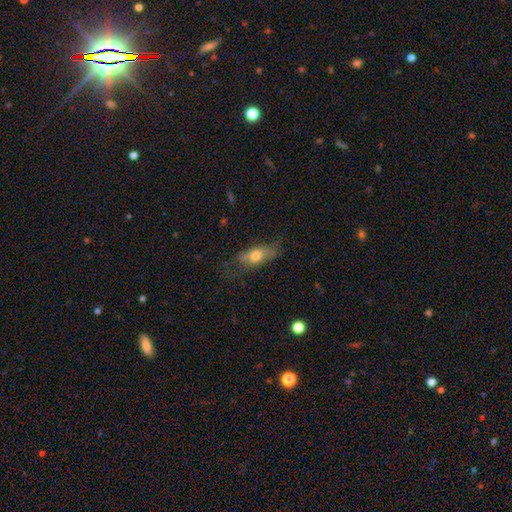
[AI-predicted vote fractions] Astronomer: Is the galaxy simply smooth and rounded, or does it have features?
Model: smooth — 61%.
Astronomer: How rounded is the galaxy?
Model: in between — 65%.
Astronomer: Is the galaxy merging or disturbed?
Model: none — 54%.